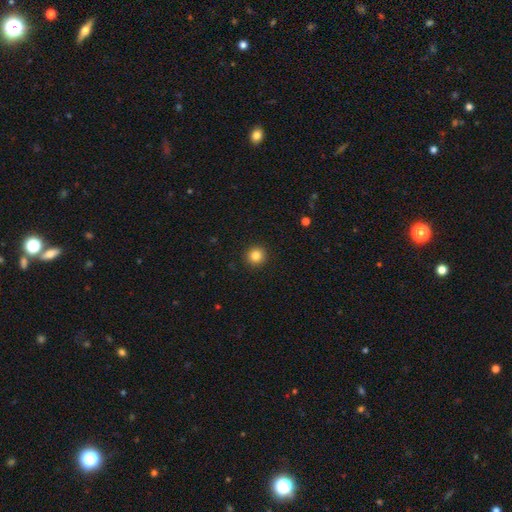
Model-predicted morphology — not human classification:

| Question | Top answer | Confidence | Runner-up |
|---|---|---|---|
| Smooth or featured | smooth | 84% | star or artifact (11%) |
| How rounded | round | 95% | in between (4%) |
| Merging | none | 93% | minor disturbance (4%) |